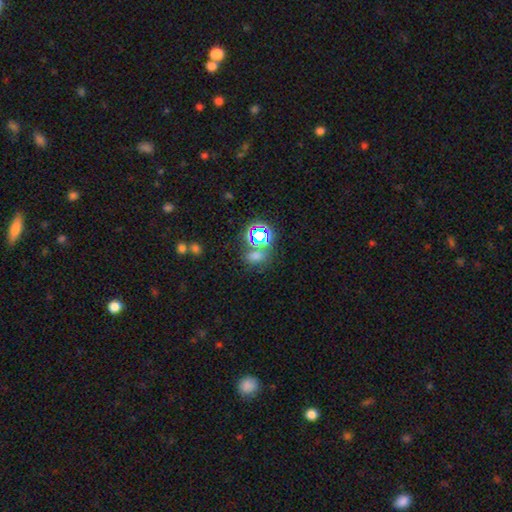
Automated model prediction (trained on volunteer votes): The model was most divided on "smooth or featured": smooth: 46%, star or artifact: 44%, featured or disk: 9%. More confident: merging — none (61%).